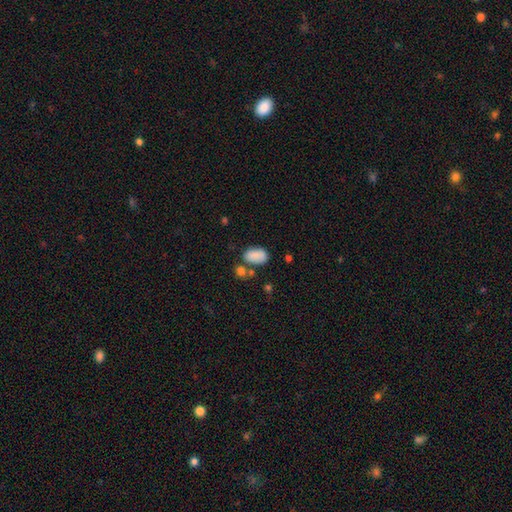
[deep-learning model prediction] This is clearly a smooth galaxy (85%). How rounded: clearly in between (91%). Merging: possibly none (55%).